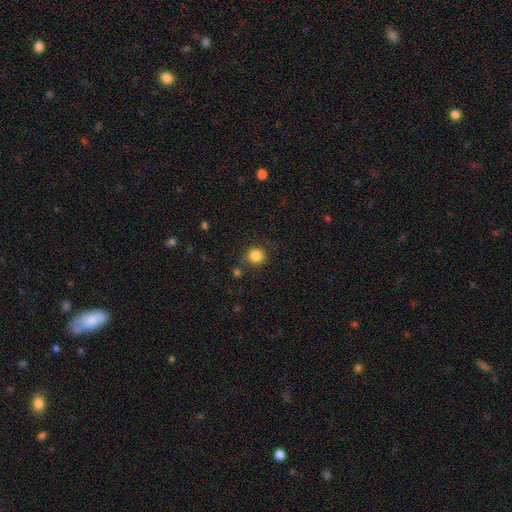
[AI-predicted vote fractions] smooth 85%, star or artifact 11%, featured or disk 4%. Down the decision tree: how rounded — round (92%); merging — none (80%).